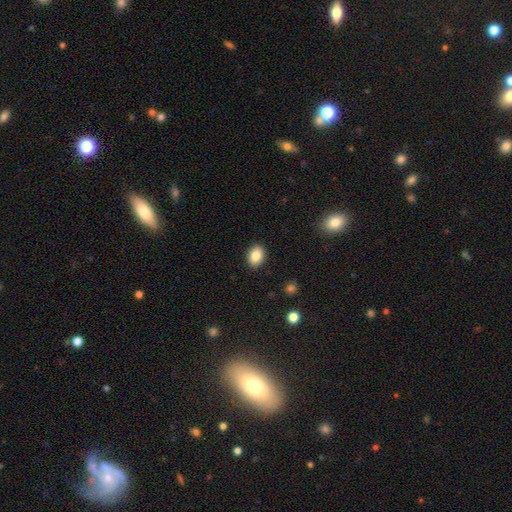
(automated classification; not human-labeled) smooth-or-featured: smooth: 86% | star or artifact: 8% | featured or disk: 6%
  how-rounded: in between: 77% | round: 22% | cigar-shaped: 1%
  merging: none: 89% | minor disturbance: 8% | major disturbance: 2% | merger: 1%